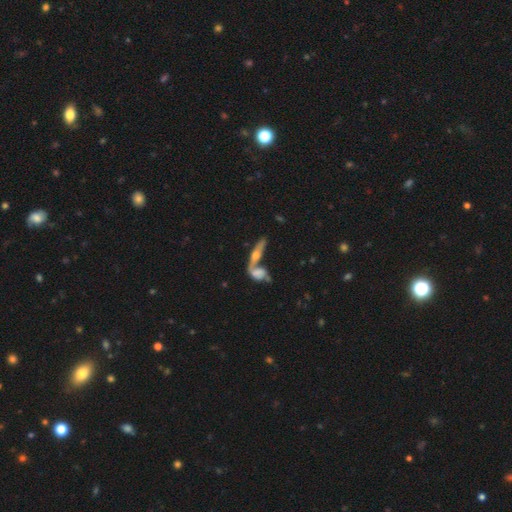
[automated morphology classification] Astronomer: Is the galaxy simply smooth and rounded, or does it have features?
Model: featured or disk — 57% (runner-up: smooth, 33%).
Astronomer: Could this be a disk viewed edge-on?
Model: yes — 71%.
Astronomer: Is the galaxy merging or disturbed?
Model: merger — 53% (runner-up: none, 33%).